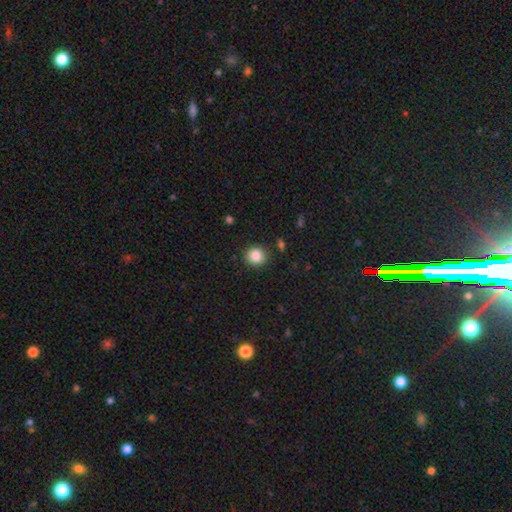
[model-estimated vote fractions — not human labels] The model was most divided on "how rounded": round: 87%, in between: 12%, cigar-shaped: 1%. More confident: merging — none (88%); smooth or featured — smooth (86%).